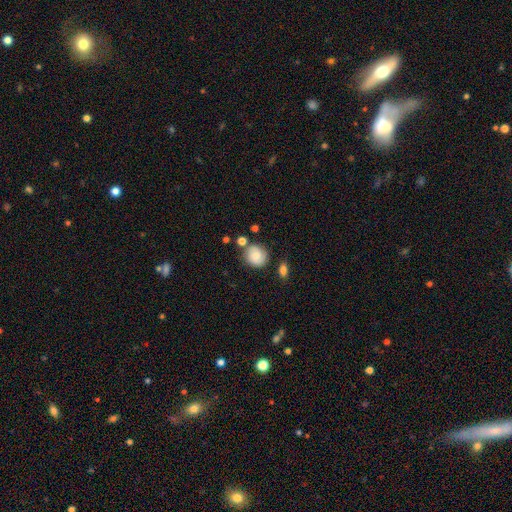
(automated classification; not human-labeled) This appears to be a smooth galaxy with no disk features (64%) that is round (79%). Merging: none (69%).